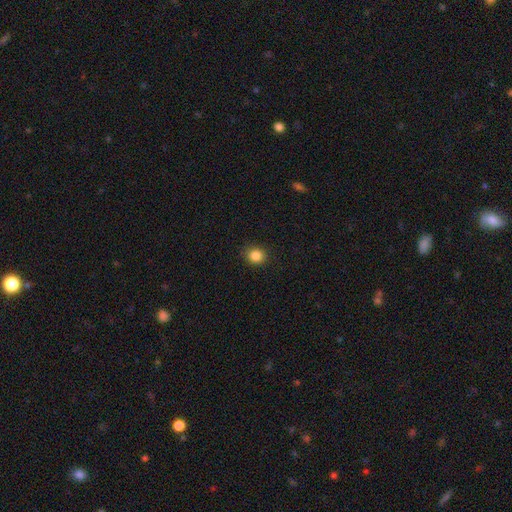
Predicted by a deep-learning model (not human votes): Overall: smooth (85%). How rounded: round (78%). Merging: none (89%).